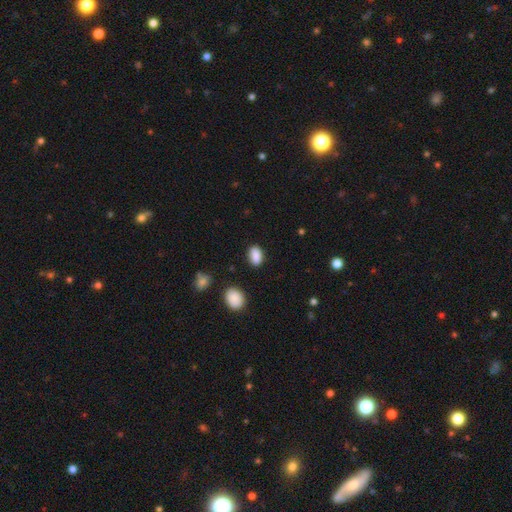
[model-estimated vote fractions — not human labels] This is clearly a smooth galaxy (88%). How rounded: clearly in between (86%). Merging: clearly none (86%).